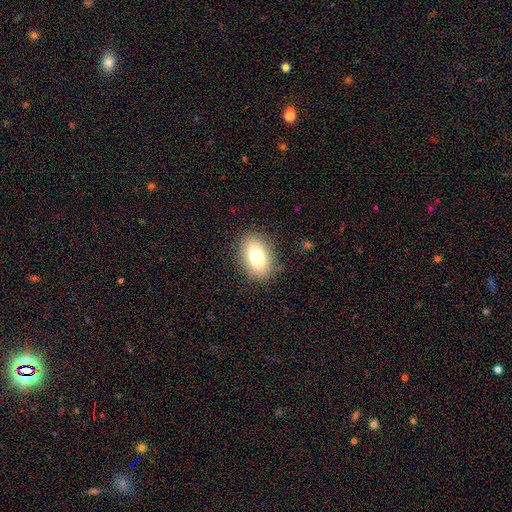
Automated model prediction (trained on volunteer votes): Smooth or featured? smooth (79%)
How rounded? in between (87%)
Merging? none (86%)